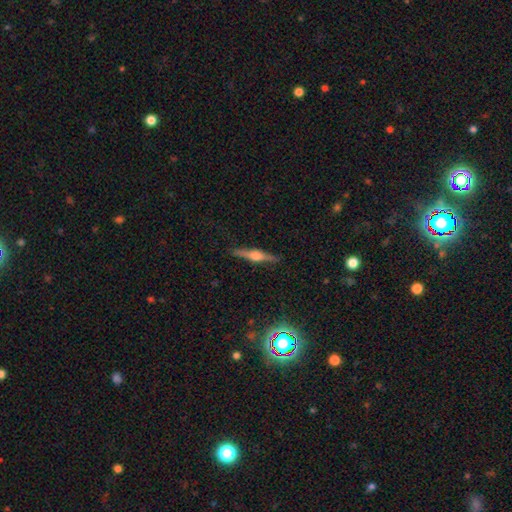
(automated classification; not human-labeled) Smooth or featured?
  - featured or disk: 74% *
  - smooth: 19%
  - star or artifact: 8%
Edge-on disk?
  - yes: 98% *
  - no: 2%
Edge-on bulge?
  - rounded: 88% *
  - boxy: 10%
  - none: 3%
Merging?
  - none: 89% *
  - minor disturbance: 8%
  - major disturbance: 2%
  - merger: 1%